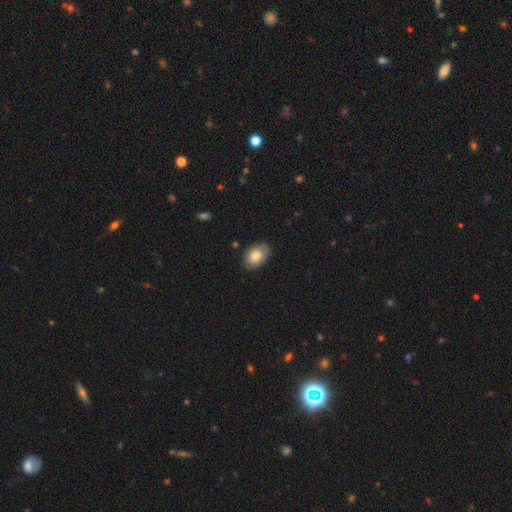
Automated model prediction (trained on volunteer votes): This appears to be a smooth galaxy with no disk features (73%) that is in between round and cigar-shaped (86%). Merging: none (79%).